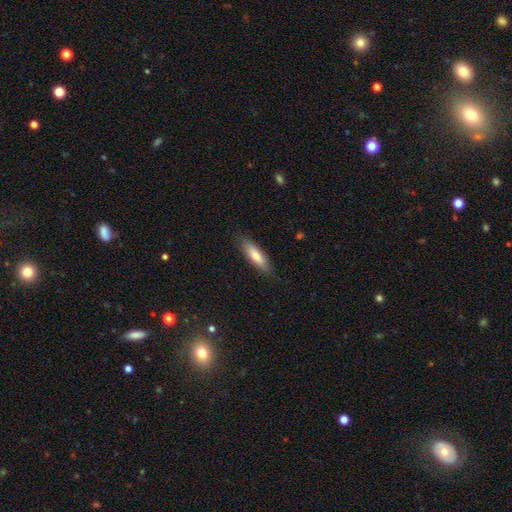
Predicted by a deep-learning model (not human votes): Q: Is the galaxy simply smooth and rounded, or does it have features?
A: smooth — 79%.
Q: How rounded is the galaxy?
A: cigar-shaped — 64%.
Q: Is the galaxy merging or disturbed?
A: none — 85%.